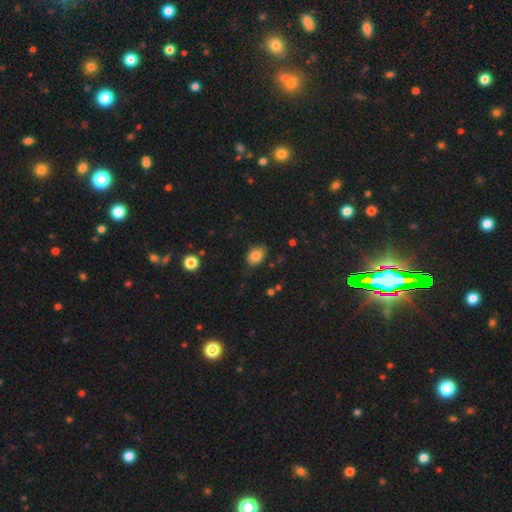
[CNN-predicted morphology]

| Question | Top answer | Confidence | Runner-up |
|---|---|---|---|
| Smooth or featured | smooth | 82% | star or artifact (10%) |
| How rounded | in between | 79% | round (20%) |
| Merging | none | 80% | minor disturbance (15%) |